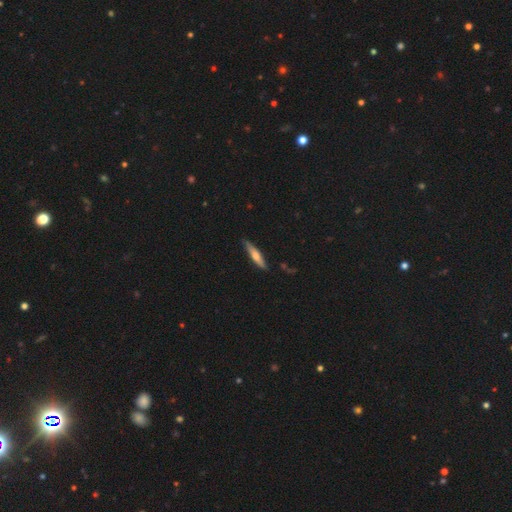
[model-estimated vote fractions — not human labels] Q: Smooth or featured?
A: smooth (49%); runner-up: featured or disk (45%)
Q: Merging?
A: none (84%); runner-up: minor disturbance (12%)